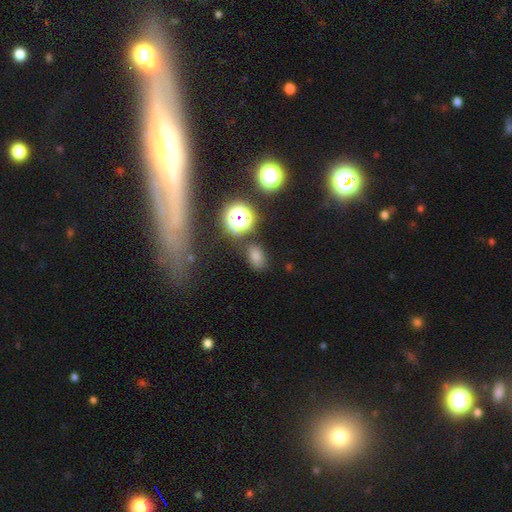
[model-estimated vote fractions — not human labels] Q: Smooth or featured?
A: smooth (69%); runner-up: star or artifact (25%)
Q: How rounded?
A: in between (80%); runner-up: round (18%)
Q: Merging?
A: none (74%); runner-up: minor disturbance (14%)